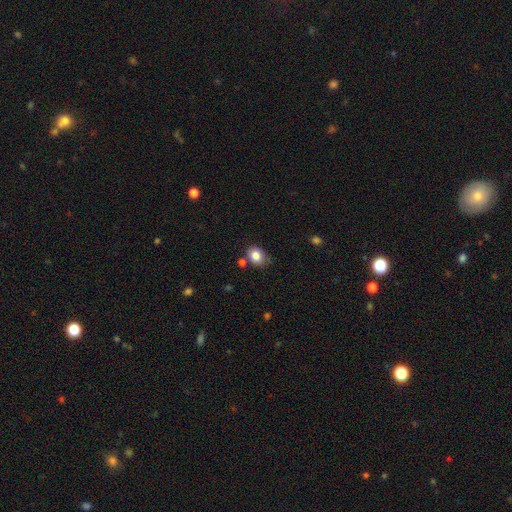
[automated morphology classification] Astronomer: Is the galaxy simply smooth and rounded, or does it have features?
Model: smooth — 83%.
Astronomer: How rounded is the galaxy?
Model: in between — 53% (runner-up: round, 46%).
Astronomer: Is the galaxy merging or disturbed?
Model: none — 69%.